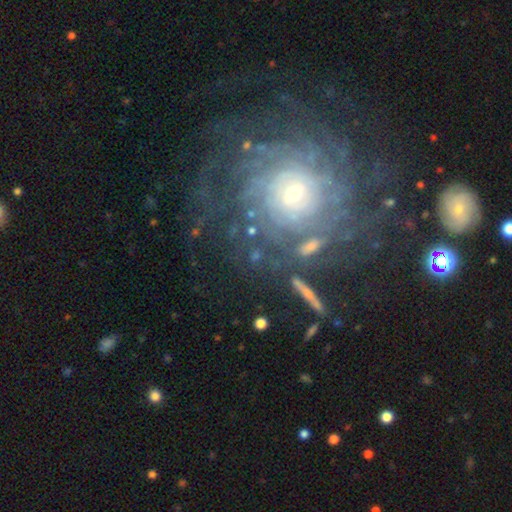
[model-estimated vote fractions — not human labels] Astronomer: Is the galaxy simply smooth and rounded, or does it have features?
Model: featured or disk — 62%.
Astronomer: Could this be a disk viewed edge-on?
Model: no — 87%.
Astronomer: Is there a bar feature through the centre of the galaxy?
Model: no — 61%.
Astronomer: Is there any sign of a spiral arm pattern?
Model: yes — 80%.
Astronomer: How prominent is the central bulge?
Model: small — 45% (runner-up: moderate, 44%).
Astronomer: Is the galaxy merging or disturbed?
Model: none — 67%.